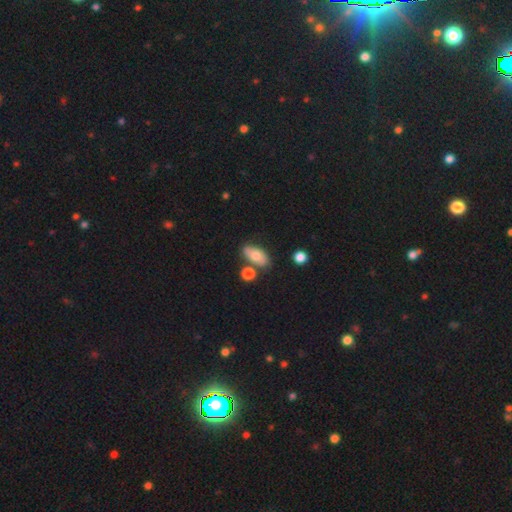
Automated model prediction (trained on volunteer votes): Overall: smooth (69%). How rounded: in between (88%). Merging: none (67%).